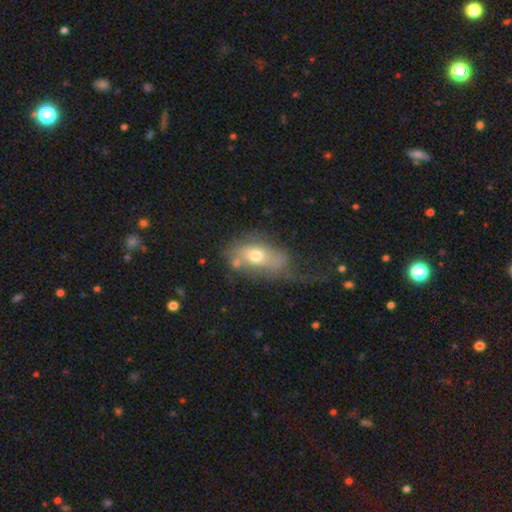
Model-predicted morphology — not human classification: type=smooth (54%); roundness=in between (82%); merging=major disturbance (44%).